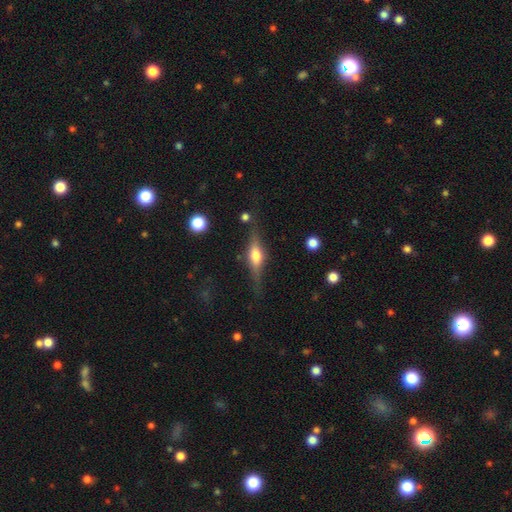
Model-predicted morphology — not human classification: A featured or disk galaxy (63%) viewed edge-on (94%) with a rounded central bulge (87%). Merging: none (77%).